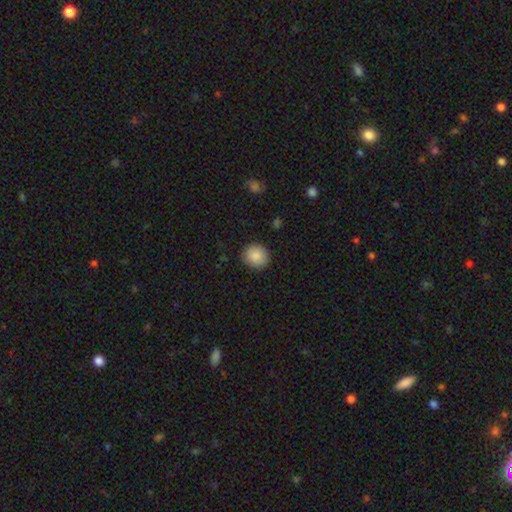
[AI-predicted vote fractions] The model was most divided on "how rounded": round: 87%, in between: 12%, cigar-shaped: 1%. More confident: merging — none (89%); smooth or featured — smooth (88%).